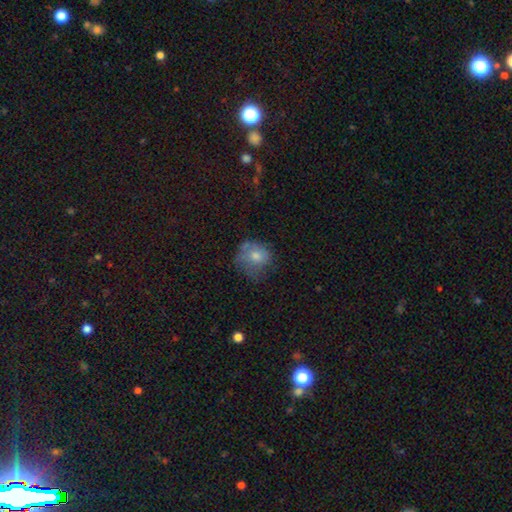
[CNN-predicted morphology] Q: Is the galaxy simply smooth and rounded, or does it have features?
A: smooth — 62%.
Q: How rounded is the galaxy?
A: round — 74%.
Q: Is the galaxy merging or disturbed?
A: none — 48%.